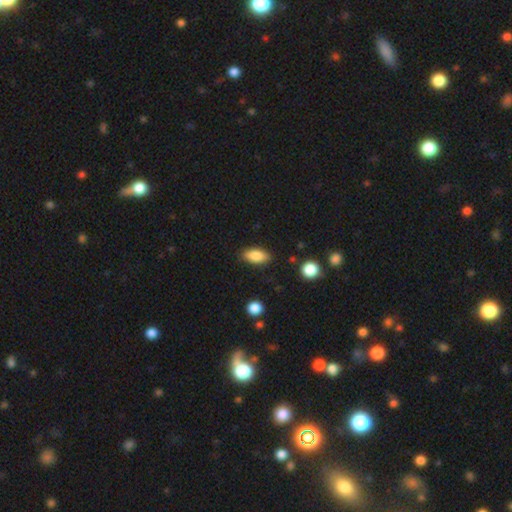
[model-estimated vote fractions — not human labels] A smooth galaxy with no disk features (84%) that is in between round and cigar-shaped (88%). Merging: none (85%).